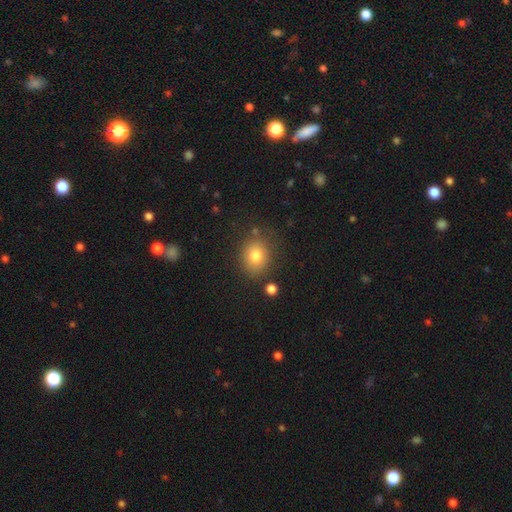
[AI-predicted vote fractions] A smooth galaxy with no disk features (79%) that is round (58%). Merging: none (78%).